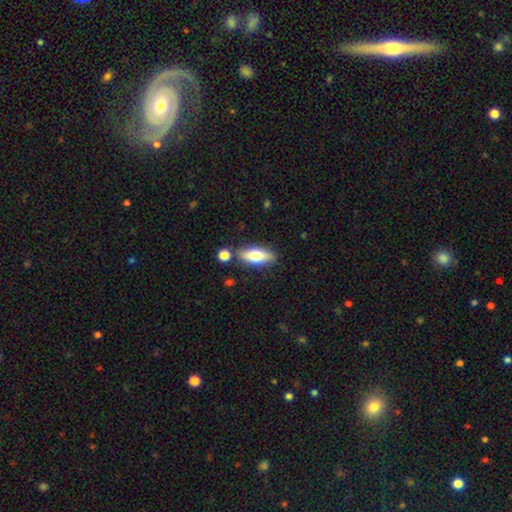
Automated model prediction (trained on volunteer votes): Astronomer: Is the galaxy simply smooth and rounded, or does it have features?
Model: smooth — 69%.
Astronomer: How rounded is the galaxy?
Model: in between — 75%.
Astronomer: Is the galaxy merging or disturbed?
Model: none — 80%.